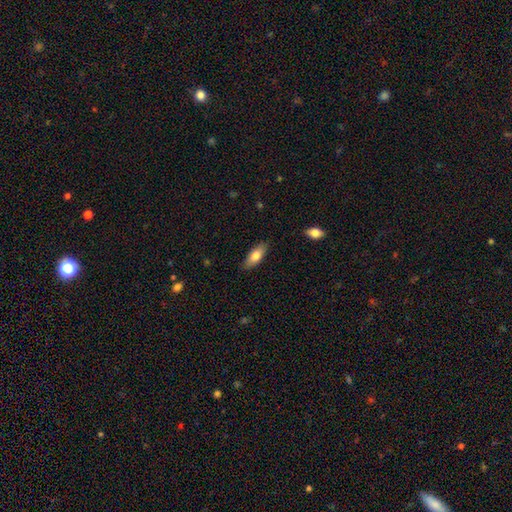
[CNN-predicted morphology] This appears to be a smooth galaxy with no disk features (76%) that is in between round and cigar-shaped (74%). Merging: none (86%).